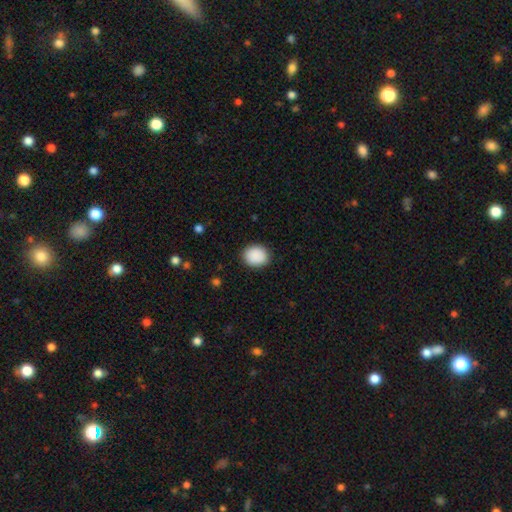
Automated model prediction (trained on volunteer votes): smooth-or-featured: smooth: 90% | star or artifact: 7% | featured or disk: 3%
  how-rounded: round: 59% | in between: 40% | cigar-shaped: 1%
  merging: none: 89% | minor disturbance: 8% | major disturbance: 2% | merger: 1%